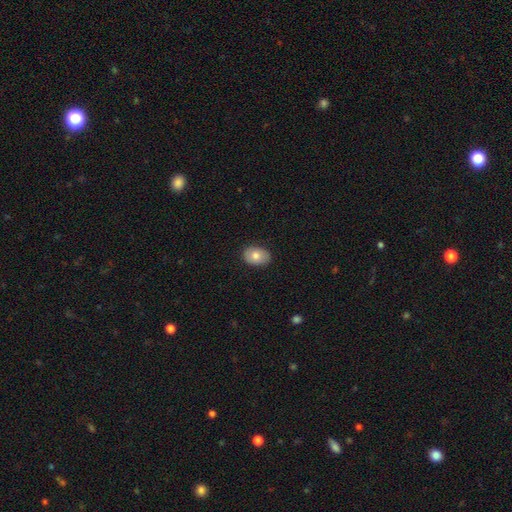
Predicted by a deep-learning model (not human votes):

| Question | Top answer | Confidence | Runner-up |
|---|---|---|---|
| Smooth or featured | smooth | 77% | featured or disk (16%) |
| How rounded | in between | 79% | round (20%) |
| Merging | none | 87% | minor disturbance (11%) |